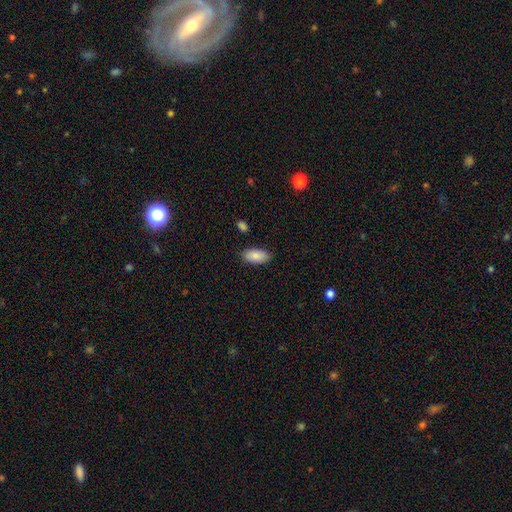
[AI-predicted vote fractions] smooth_or_featured: smooth (p=0.87) [alt: featured or disk p=0.07]
how_rounded: in between (p=0.91) [alt: cigar-shaped p=0.07]
merging: none (p=0.86) [alt: minor disturbance p=0.10]